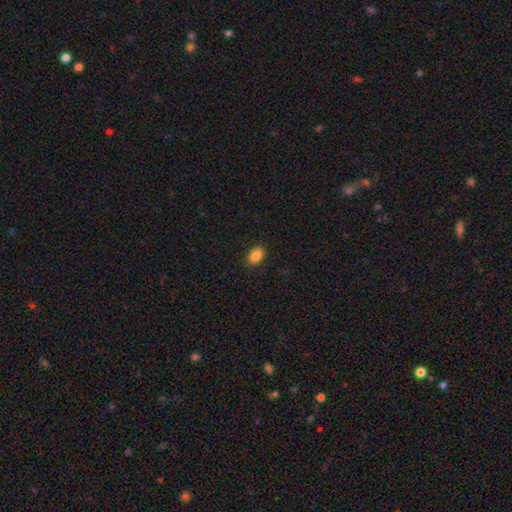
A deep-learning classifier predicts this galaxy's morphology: Smooth or featured: smooth — 87% (star or artifact — 9%)
How rounded: in between — 78% (round — 20%)
Merging: none — 89% (minor disturbance — 8%)